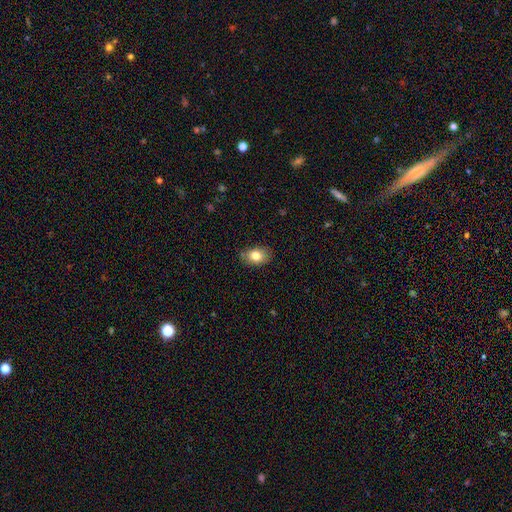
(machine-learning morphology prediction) Smooth or featured?
  - smooth: 82% *
  - featured or disk: 10%
  - star or artifact: 9%
How rounded?
  - in between: 75% *
  - round: 24%
  - cigar-shaped: 1%
Merging?
  - none: 80% *
  - minor disturbance: 15%
  - major disturbance: 3%
  - merger: 2%